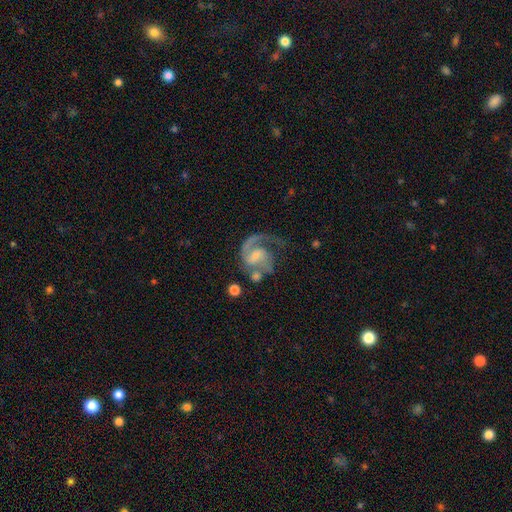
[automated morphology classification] smooth_or_featured: featured or disk (p=0.83) [alt: smooth p=0.11]
disk_edge_on: no (p=0.98) [alt: yes p=0.02]
bar: weak (p=0.51) [alt: no p=0.29]
has_spiral_arms: yes (p=0.95) [alt: no p=0.05]
spiral_winding: medium (p=0.52) [alt: loose p=0.29]
spiral_arm_count: 2 (p=0.52) [alt: 1 p=0.41]
bulge_size: small (p=0.39) [alt: moderate p=0.28]
merging: none (p=0.43) [alt: major disturbance p=0.27]